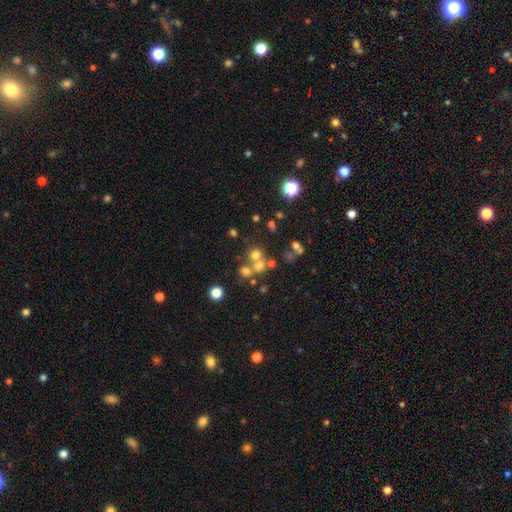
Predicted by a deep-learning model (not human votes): smooth 60%, star or artifact 24%, featured or disk 16%. Down the decision tree: how rounded — round (87%); merging — none (52%).